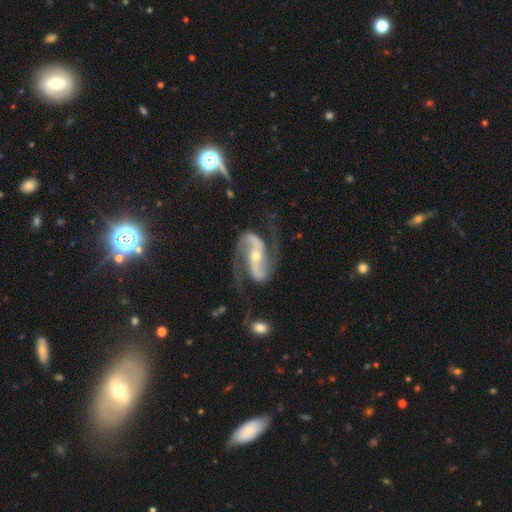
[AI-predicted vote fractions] Smooth or featured?
  - featured or disk: 91% *
  - star or artifact: 5%
  - smooth: 3%
Edge-on disk?
  - no: 97% *
  - yes: 3%
Bar?
  - strong: 48% *
  - weak: 26%
  - no: 26%
Spiral arms?
  - yes: 98% *
  - no: 2%
Spiral winding?
  - medium: 49% *
  - loose: 37%
  - tight: 14%
Spiral arm count?
  - 2: 94% *
  - can't tell: 2%
  - 3: 1%
  - 1: 1%
  - 4: 1%
  - more than 4: 1%
Bulge size?
  - small: 53% *
  - moderate: 43%
  - large: 2%
  - none: 1%
  - dominant: 1%
Merging?
  - none: 73% *
  - minor disturbance: 14%
  - major disturbance: 11%
  - merger: 2%